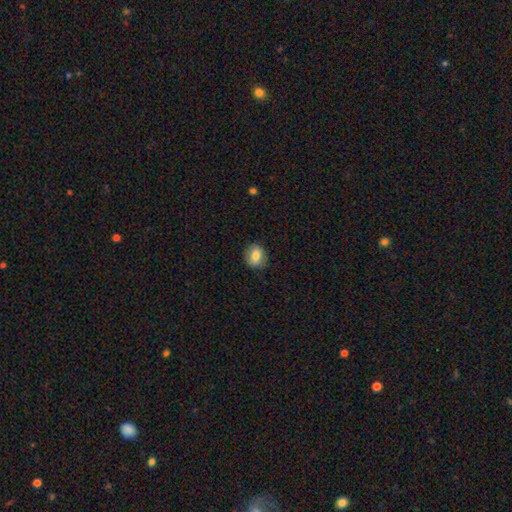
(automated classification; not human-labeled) Smooth or featured? Predicted: smooth (p=0.76). How rounded? Predicted: round (p=0.53). Merging? Predicted: none (p=0.84).